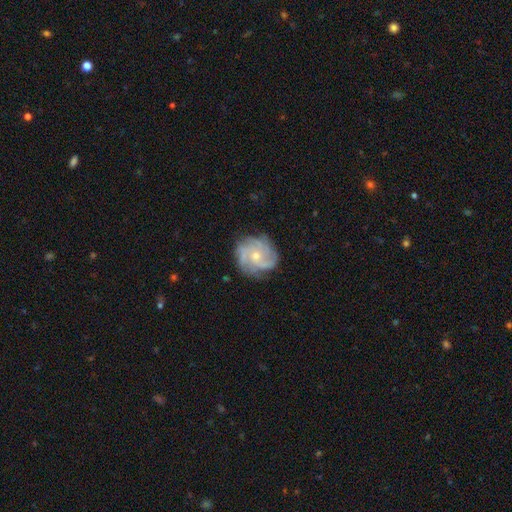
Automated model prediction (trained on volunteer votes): This appears to be a featured or disk galaxy (83%) with no bar (78%), 4 (28%) tight (50%) spiral arms (96%) and a small central bulge (60%). Merging: none (76%).